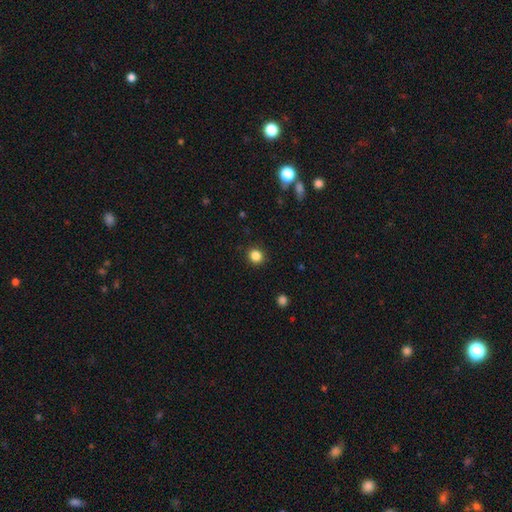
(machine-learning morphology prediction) Smooth or featured? Predicted: smooth (p=0.85). How rounded? Predicted: round (p=0.86). Merging? Predicted: none (p=0.91).